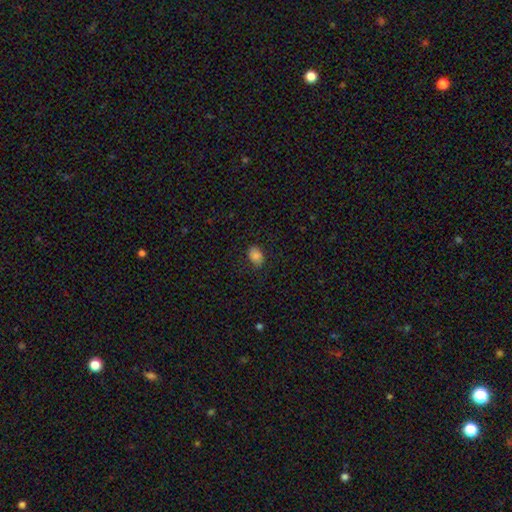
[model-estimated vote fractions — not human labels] Morphology: type=smooth (83%); roundness=in between (81%); merging=none (76%).